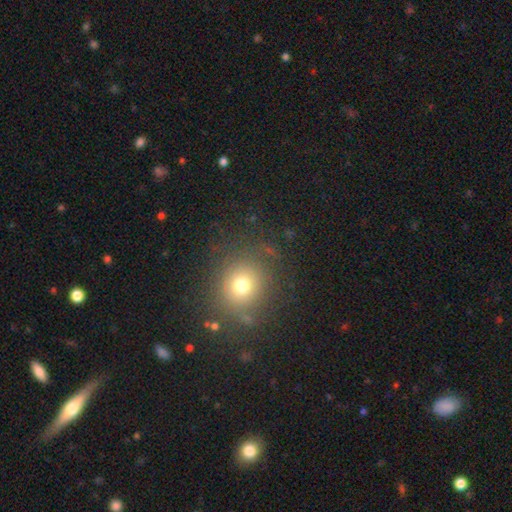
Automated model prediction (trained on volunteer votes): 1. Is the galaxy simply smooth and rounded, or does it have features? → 57% smooth, 31% star or artifact, 12% featured or disk.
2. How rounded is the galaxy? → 80% round, 18% in between, 1% cigar-shaped.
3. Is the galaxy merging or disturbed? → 85% none, 9% minor disturbance, 4% major disturbance, 2% merger.